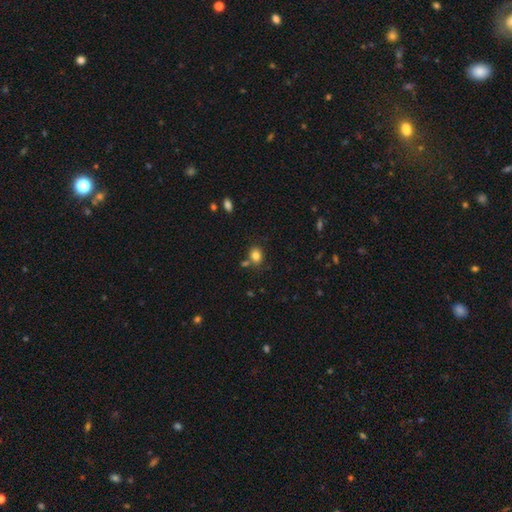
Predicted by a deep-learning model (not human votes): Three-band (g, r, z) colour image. It shows a smooth galaxy with no disk features (82%) that is in between round and cigar-shaped (54%). Merging: none (71%).